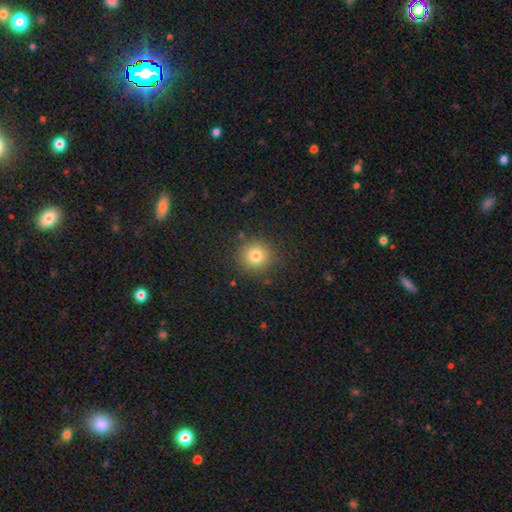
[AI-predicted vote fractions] smooth 79%, star or artifact 13%, featured or disk 8%. Down the decision tree: how rounded — round (93%); merging — none (89%).